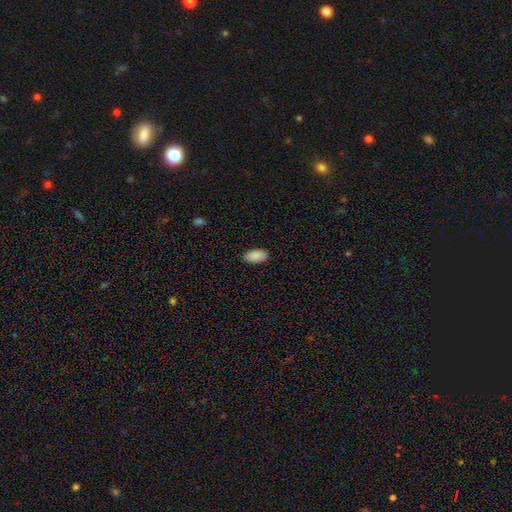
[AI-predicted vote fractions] Smooth or featured: smooth — 90% (star or artifact — 6%)
How rounded: in between — 95% (cigar-shaped — 3%)
Merging: none — 88% (minor disturbance — 9%)